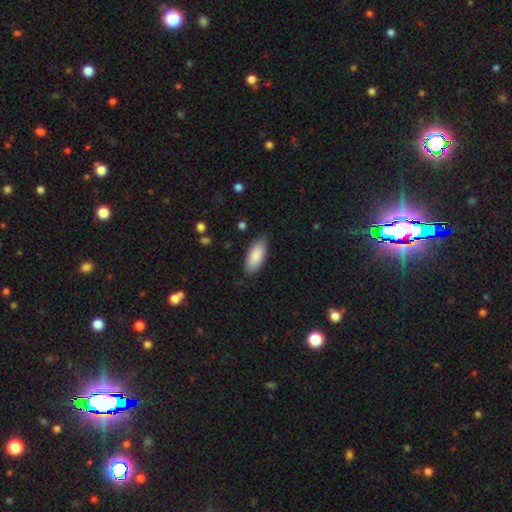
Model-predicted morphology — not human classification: This appears to be a smooth galaxy with no disk features (87%) that is in between round and cigar-shaped (86%). Merging: none (82%).